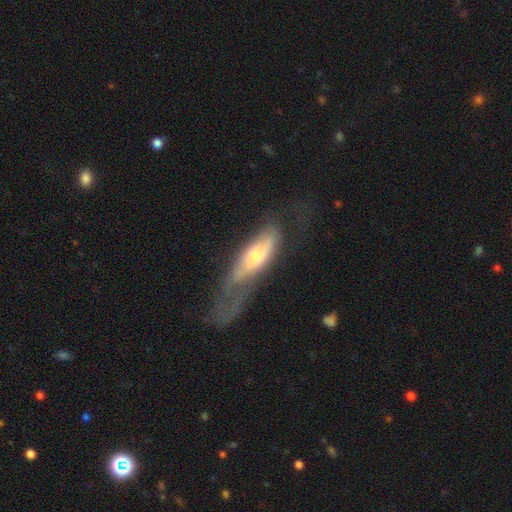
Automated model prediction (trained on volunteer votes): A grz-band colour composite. It shows a featured or disk galaxy (52%). Merging: major disturbance (51%).